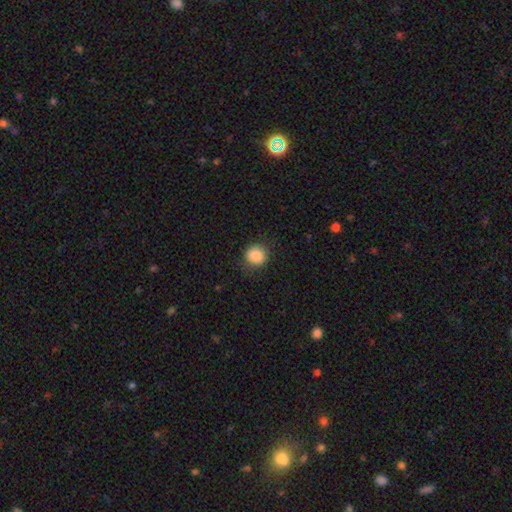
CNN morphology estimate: This is clearly a smooth galaxy (85%). How rounded: clearly round (89%). Merging: clearly none (85%).